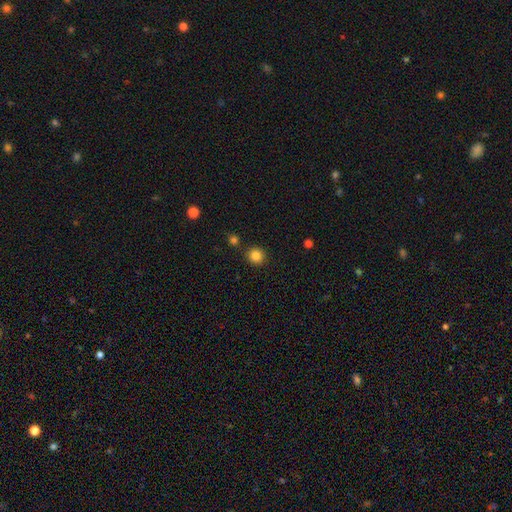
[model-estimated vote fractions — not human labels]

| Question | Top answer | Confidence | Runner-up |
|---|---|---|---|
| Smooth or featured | smooth | 84% | star or artifact (12%) |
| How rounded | round | 93% | in between (6%) |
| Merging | none | 87% | minor disturbance (6%) |